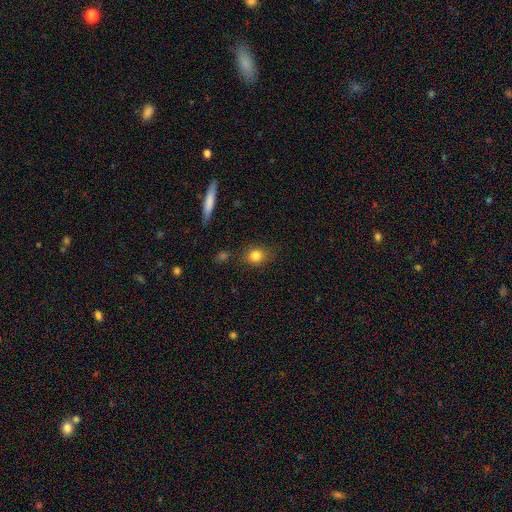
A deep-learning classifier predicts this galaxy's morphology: Smooth or featured? smooth (81%)
How rounded? round (60%)
Merging? none (78%)